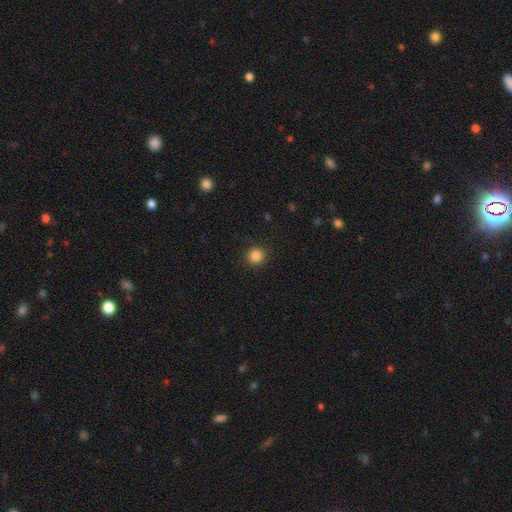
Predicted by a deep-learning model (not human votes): The model was most divided on "smooth or featured": smooth: 85%, star or artifact: 11%, featured or disk: 4%. More confident: how rounded — round (91%); merging — none (91%).